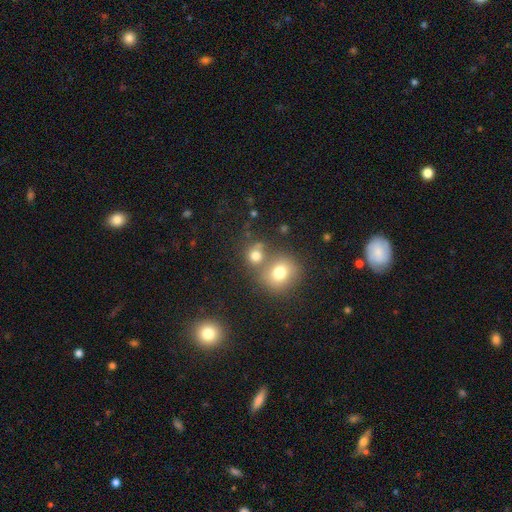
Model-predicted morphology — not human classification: A smooth galaxy with no disk features (75%) that is round (80%).

Vote fractions:
- Smooth or featured? smooth: 75% / star or artifact: 14% / featured or disk: 11%
- How rounded? round: 80% / in between: 19% / cigar-shaped: 1%
- Merging? none: 49% / merger: 39% / minor disturbance: 8% / major disturbance: 4%